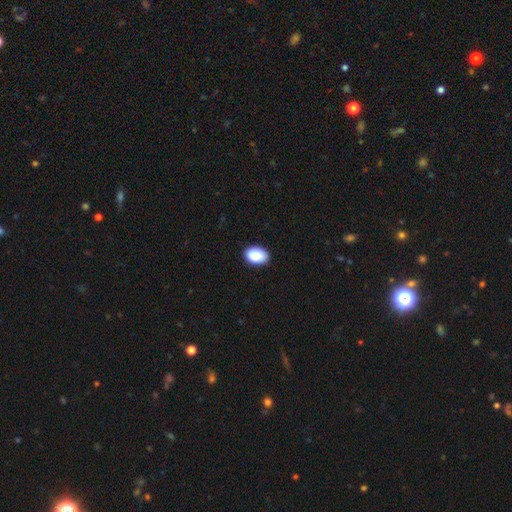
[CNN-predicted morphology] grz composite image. It shows a smooth galaxy with no disk features (88%) that is in between round and cigar-shaped (87%). Merging: none (88%).